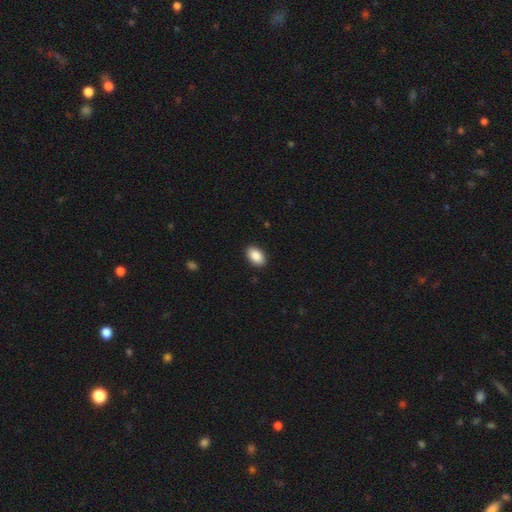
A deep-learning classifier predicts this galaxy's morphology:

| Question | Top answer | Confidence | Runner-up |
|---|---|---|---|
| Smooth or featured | smooth | 89% | star or artifact (7%) |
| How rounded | in between | 92% | round (7%) |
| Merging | none | 90% | minor disturbance (7%) |